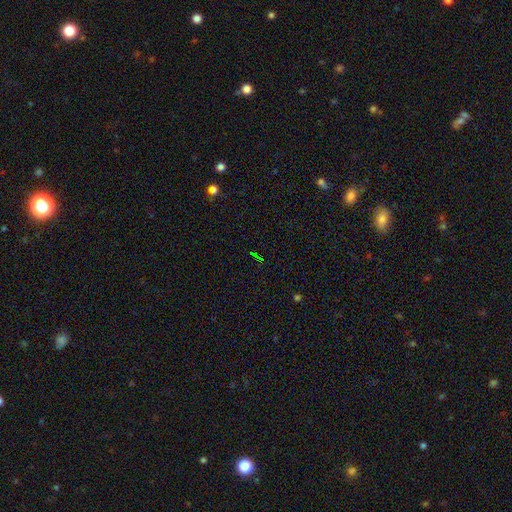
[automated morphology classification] Smooth or featured? Predicted: star or artifact (p=0.74).